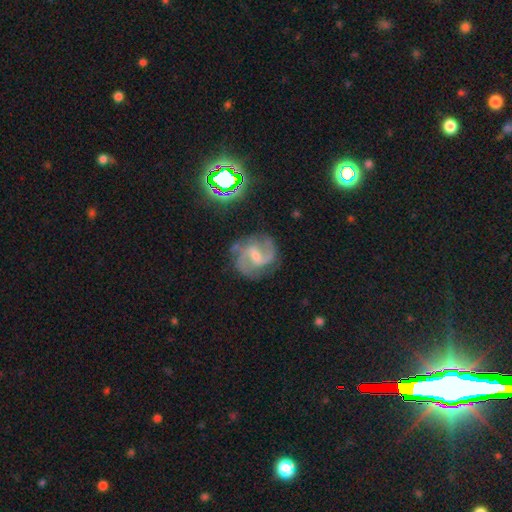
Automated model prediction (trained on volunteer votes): The model was most divided on "bulge size": small: 51%, moderate: 37%, none: 9%, large: 2%, dominant: 1%. More confident: edge-on disk — no (98%); spiral arms — yes (97%); smooth or featured — featured or disk (85%); merging — none (74%); spiral arm count — 2 (71%); bar — weak (56%); spiral winding — medium (55%).